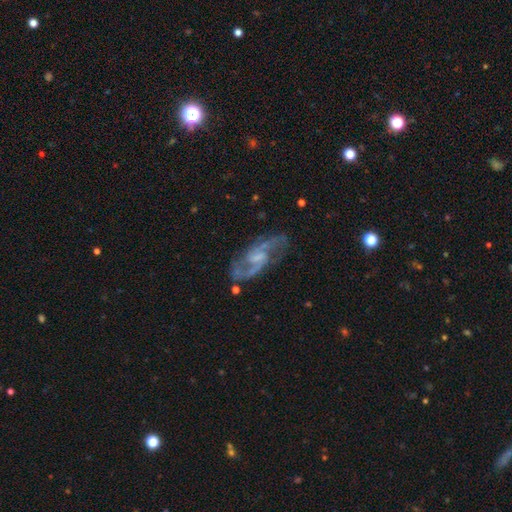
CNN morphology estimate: This appears to be a featured or disk galaxy (79%) with no bar (48%), 2 (75%) medium (48%) spiral arms (93%) and a small central bulge (46%). Merging: none (76%).